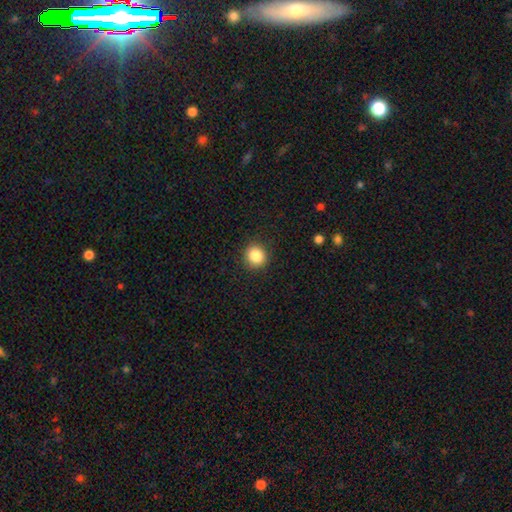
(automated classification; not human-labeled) smooth_or_featured: smooth (p=0.85) [alt: star or artifact p=0.10]
how_rounded: round (p=0.89) [alt: in between p=0.10]
merging: none (p=0.91) [alt: minor disturbance p=0.06]